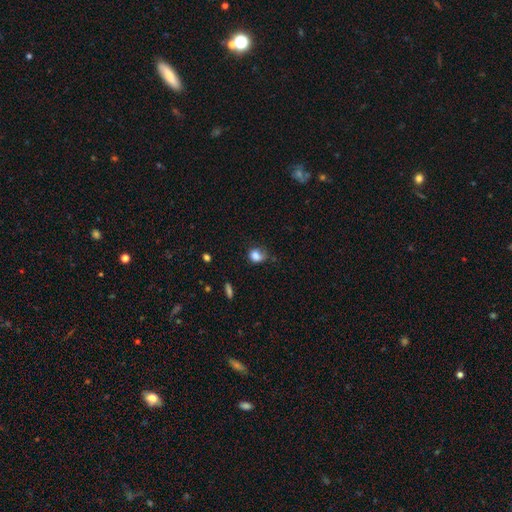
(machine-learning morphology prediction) smooth_or_featured: smooth (p=0.82) [alt: star or artifact p=0.10]
how_rounded: round (p=0.60) [alt: in between p=0.39]
merging: none (p=0.47) [alt: minor disturbance p=0.36]